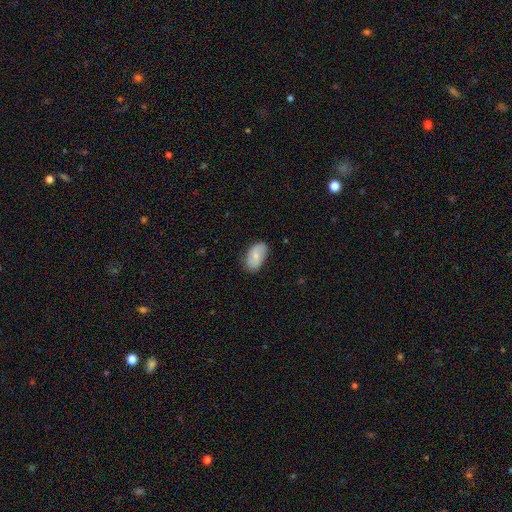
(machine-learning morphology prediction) smooth_or_featured: smooth (p=0.68) [alt: featured or disk p=0.25]
how_rounded: in between (p=0.93) [alt: round p=0.05]
merging: none (p=0.75) [alt: minor disturbance p=0.20]